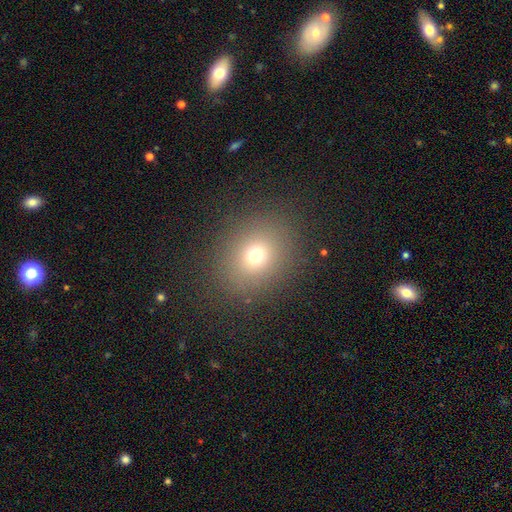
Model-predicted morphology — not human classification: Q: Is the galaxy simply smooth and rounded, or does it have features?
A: smooth — 71%.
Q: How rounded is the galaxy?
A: round — 68%.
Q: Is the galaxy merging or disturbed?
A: none — 86%.